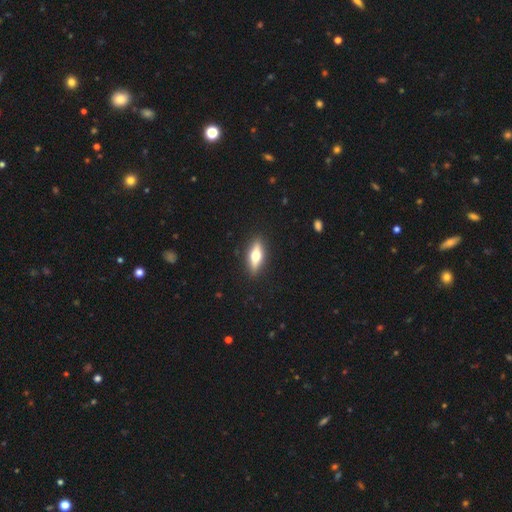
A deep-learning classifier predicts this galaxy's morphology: This appears to be a smooth galaxy with no disk features (54%) that is in between round and cigar-shaped (57%). Merging: none (89%).